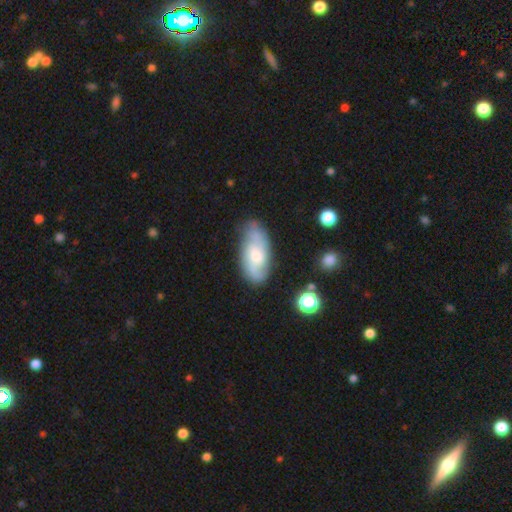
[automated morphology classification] Overall: featured or disk (64%; smooth 29%). Edge-on disk: no (93%). Bar: no (55%; weak 39%). Spiral arms: yes (90%). Spiral arm count: 2 (68%). Spiral winding: medium (46%; loose 29%). Bulge size: moderate (46%; small 40%). Merging: none (72%).